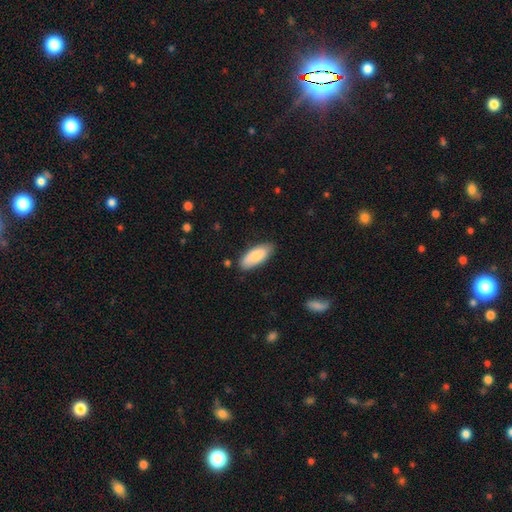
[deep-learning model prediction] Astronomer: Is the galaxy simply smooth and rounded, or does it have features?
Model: smooth — 83%.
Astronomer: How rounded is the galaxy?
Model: in between — 82%.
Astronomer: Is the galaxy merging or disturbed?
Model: none — 81%.